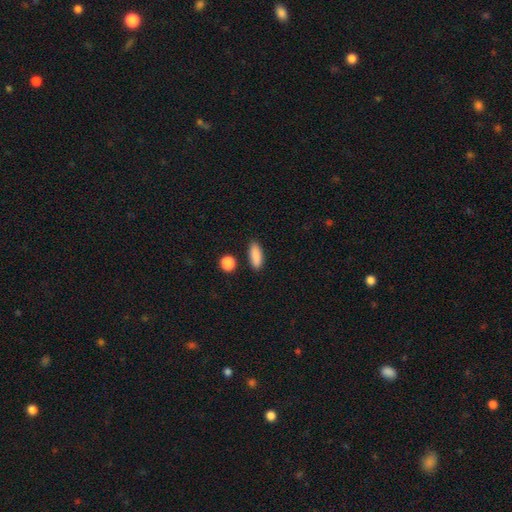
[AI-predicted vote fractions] This appears to be a smooth galaxy with no disk features (88%) that is in between round and cigar-shaped (64%). Merging: none (87%).